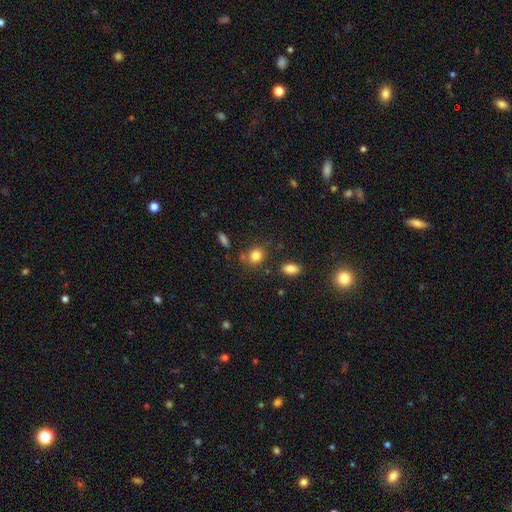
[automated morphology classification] Smooth or featured? smooth (82%)
How rounded? round (65%)
Merging? none (72%)